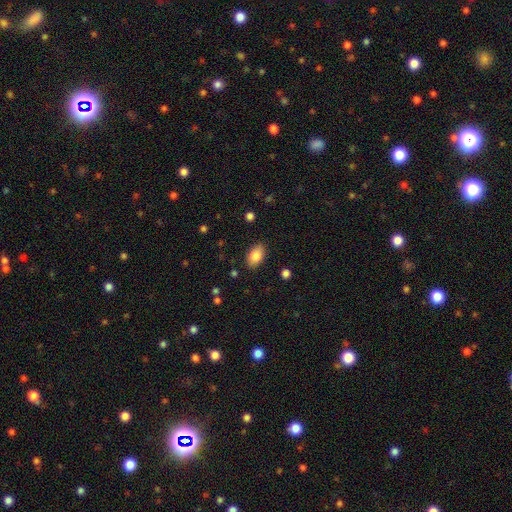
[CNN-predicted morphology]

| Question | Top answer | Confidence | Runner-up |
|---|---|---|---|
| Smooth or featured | smooth | 84% | featured or disk (8%) |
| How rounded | in between | 90% | round (9%) |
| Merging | none | 87% | minor disturbance (9%) |